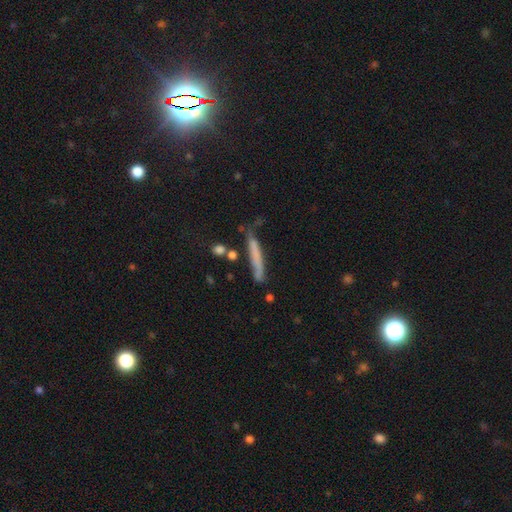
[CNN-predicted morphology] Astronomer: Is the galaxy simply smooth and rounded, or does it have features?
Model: smooth — 62%.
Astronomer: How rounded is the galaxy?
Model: cigar-shaped — 93%.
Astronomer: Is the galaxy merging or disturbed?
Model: none — 62%.